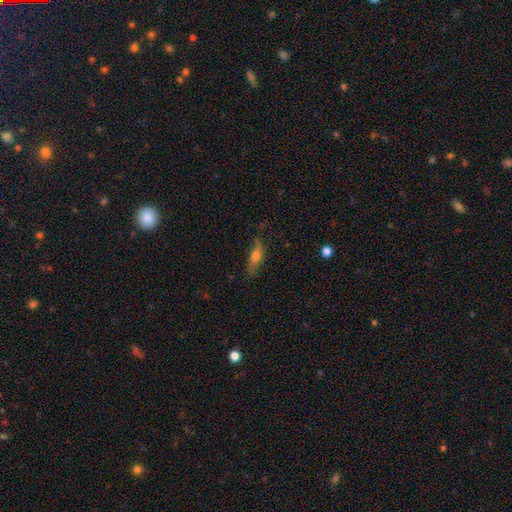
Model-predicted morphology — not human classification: Overall: smooth (56%; featured or disk 36%). How rounded: cigar-shaped (52%; in between 45%). Merging: none (69%).